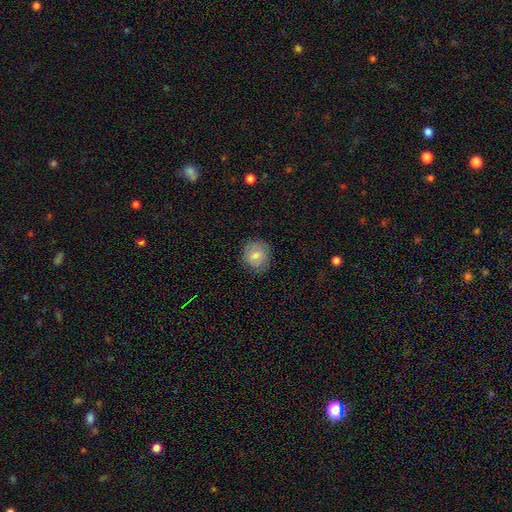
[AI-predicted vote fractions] smooth_or_featured: smooth (p=0.77) [alt: featured or disk p=0.15]
how_rounded: round (p=0.86) [alt: in between p=0.13]
merging: none (p=0.80) [alt: minor disturbance p=0.15]